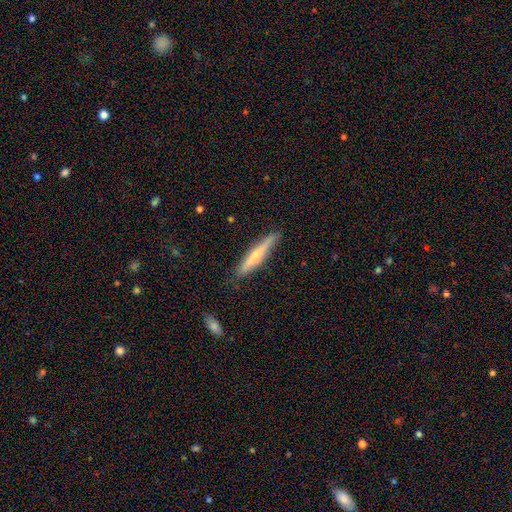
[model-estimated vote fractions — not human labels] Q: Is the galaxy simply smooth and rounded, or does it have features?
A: smooth — 52%.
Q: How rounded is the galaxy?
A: cigar-shaped — 93%.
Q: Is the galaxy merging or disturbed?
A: none — 86%.